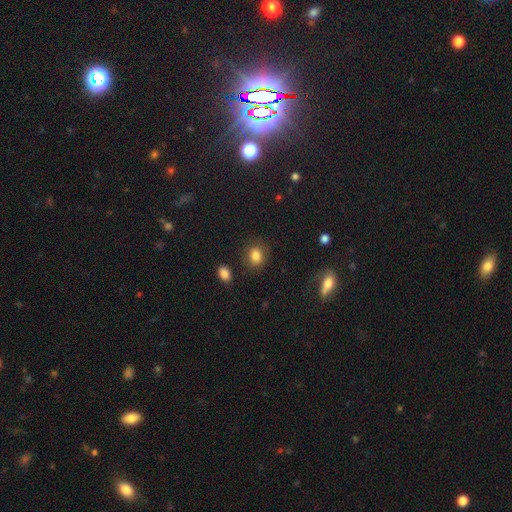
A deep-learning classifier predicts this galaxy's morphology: This appears to be a smooth galaxy with no disk features (83%) that is round (59%). Merging: none (82%).